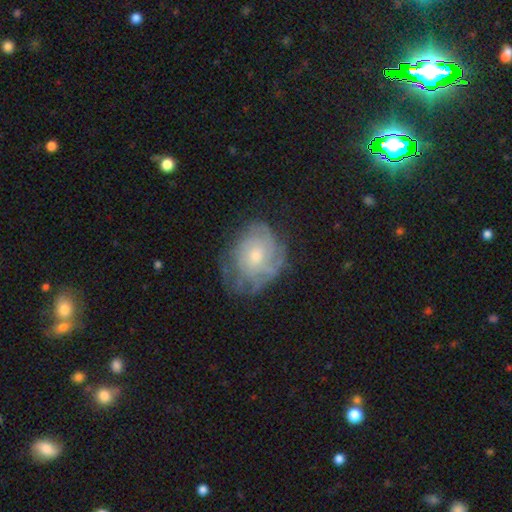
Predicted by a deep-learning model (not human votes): smooth_or_featured: featured or disk (p=0.64) [alt: smooth p=0.29]
disk_edge_on: no (p=0.97) [alt: yes p=0.03]
bar: no (p=0.79) [alt: weak p=0.18]
has_spiral_arms: yes (p=0.73) [alt: no p=0.27]
bulge_size: small (p=0.47) [alt: moderate p=0.46]
merging: none (p=0.57) [alt: minor disturbance p=0.27]